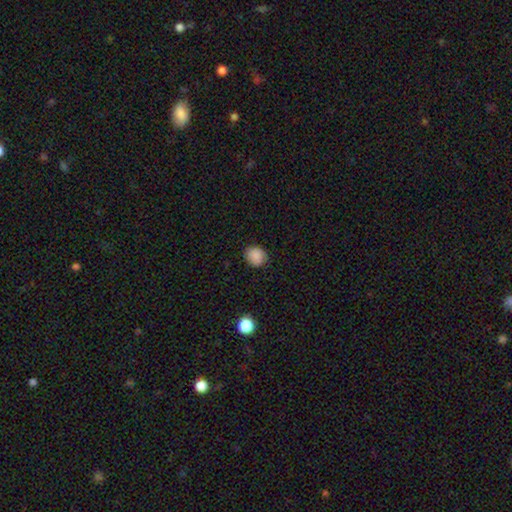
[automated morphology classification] smooth-or-featured: smooth: 86% | star or artifact: 9% | featured or disk: 5%
  how-rounded: round: 73% | in between: 27% | cigar-shaped: 1%
  merging: none: 83% | minor disturbance: 13% | major disturbance: 3% | merger: 1%